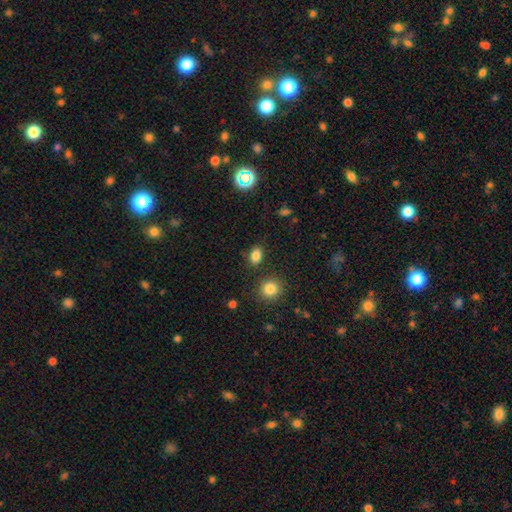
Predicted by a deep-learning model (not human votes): This is clearly a smooth galaxy (83%). How rounded: likely in between (77%). Merging: clearly none (82%).